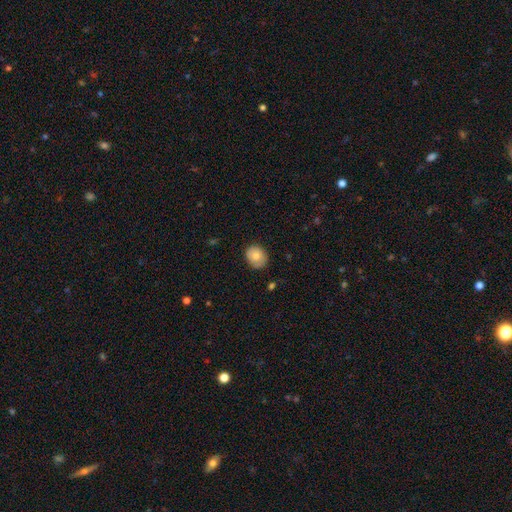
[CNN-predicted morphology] smooth-or-featured: smooth: 76% | featured or disk: 16% | star or artifact: 8%
  how-rounded: round: 60% | in between: 39% | cigar-shaped: 1%
  merging: none: 77% | minor disturbance: 18% | major disturbance: 3% | merger: 1%